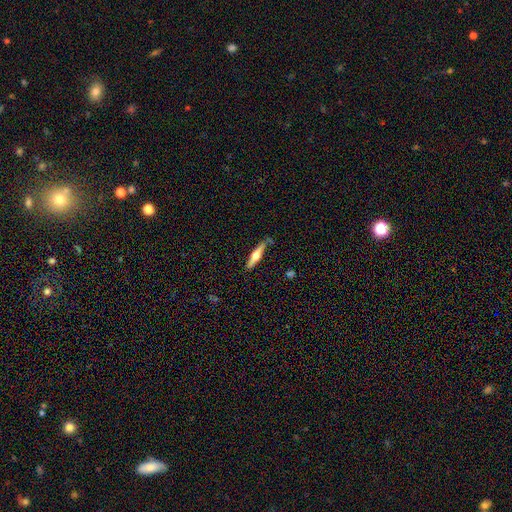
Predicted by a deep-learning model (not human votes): Smooth or featured? featured or disk (56%)
Edge-on disk? yes (94%)
Edge-on bulge? rounded (94%)
Merging? none (74%)